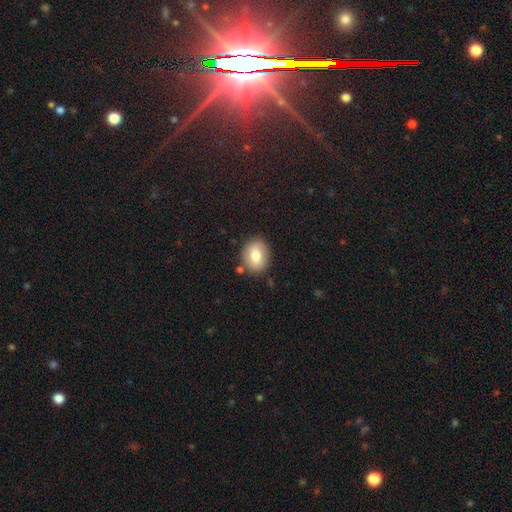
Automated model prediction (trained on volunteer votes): A smooth galaxy with no disk features (75%) that is in between round and cigar-shaped (53%).

Vote fractions:
- Smooth or featured? smooth: 75% / featured or disk: 18% / star or artifact: 8%
- How rounded? in between: 53% / round: 46% / cigar-shaped: 1%
- Merging? none: 81% / minor disturbance: 12% / merger: 4% / major disturbance: 3%